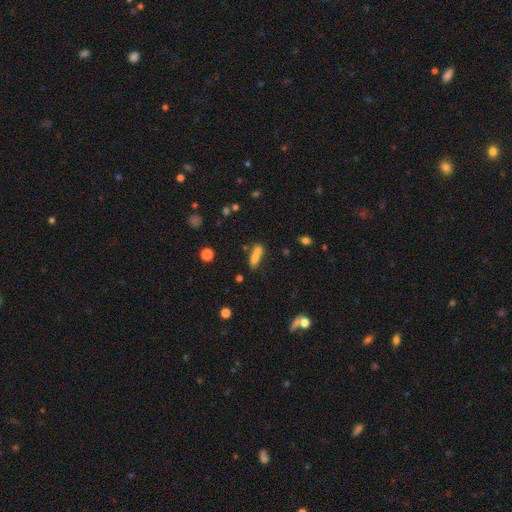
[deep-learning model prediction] This is likely a smooth galaxy (70%). How rounded: likely in between (61%). Merging: possibly merger (55%).